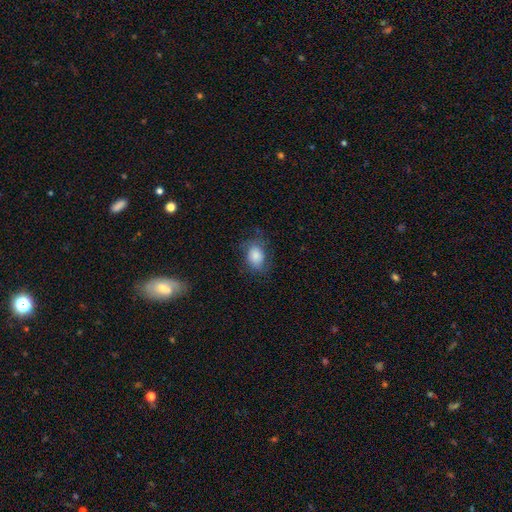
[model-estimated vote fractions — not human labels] The model was most divided on "how rounded": in between: 65%, round: 34%, cigar-shaped: 1%. More confident: smooth or featured — smooth (76%); merging — none (64%).